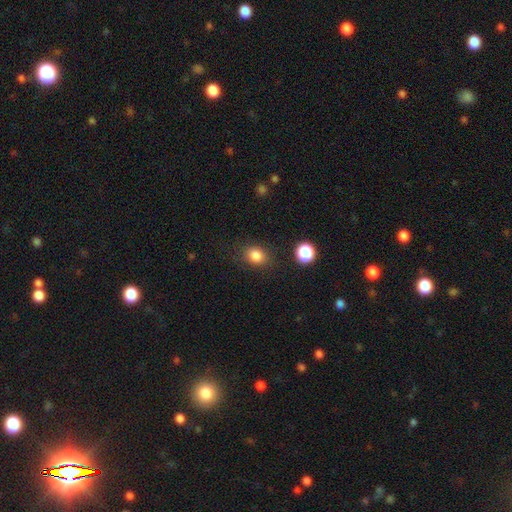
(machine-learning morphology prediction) This appears to be a smooth galaxy with no disk features (84%) that is round (52%). Merging: none (82%).